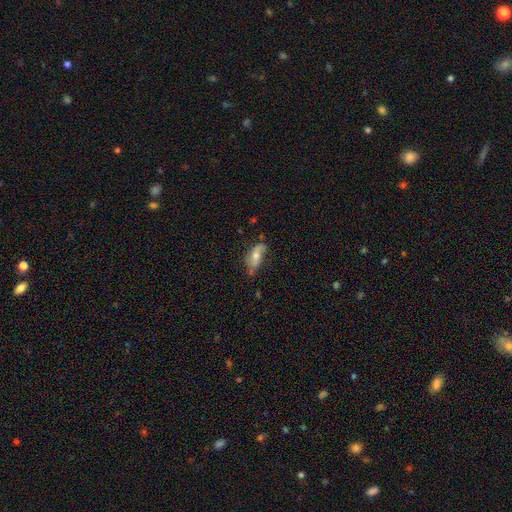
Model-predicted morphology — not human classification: The model was most divided on "smooth or featured": featured or disk: 50%, smooth: 41%, star or artifact: 9%. More confident: edge-on disk — no (84%); merging — none (51%).